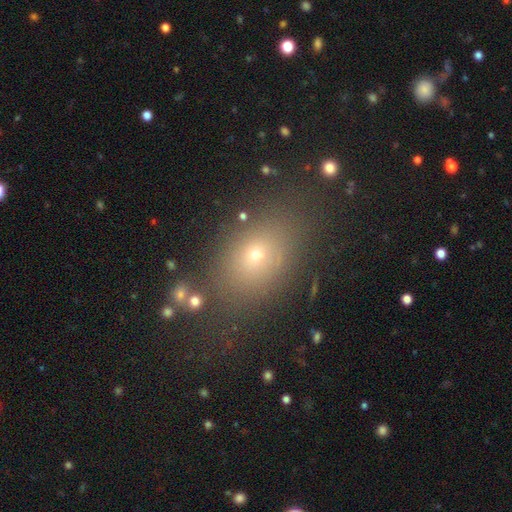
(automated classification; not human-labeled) Smooth or featured? smooth (67%)
How rounded? in between (73%)
Merging? none (76%)